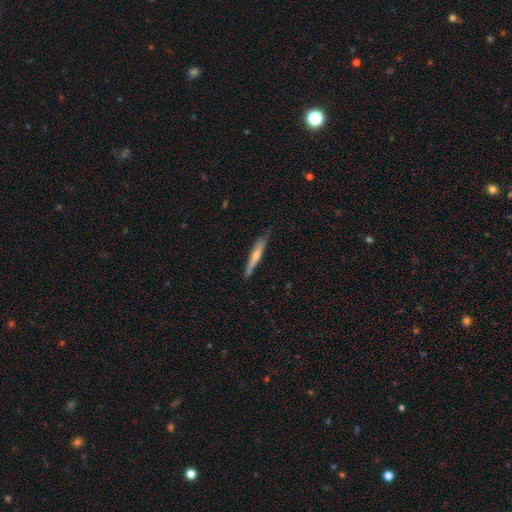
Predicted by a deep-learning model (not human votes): Smooth or featured: smooth — 58% (featured or disk — 37%)
How rounded: cigar-shaped — 94% (in between — 5%)
Merging: none — 81% (minor disturbance — 15%)